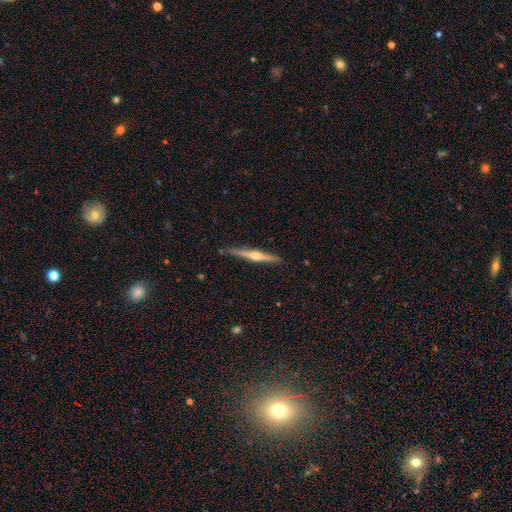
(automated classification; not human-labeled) Smooth or featured? featured or disk (73%)
Edge-on disk? yes (98%)
Edge-on bulge? rounded (88%)
Merging? none (88%)